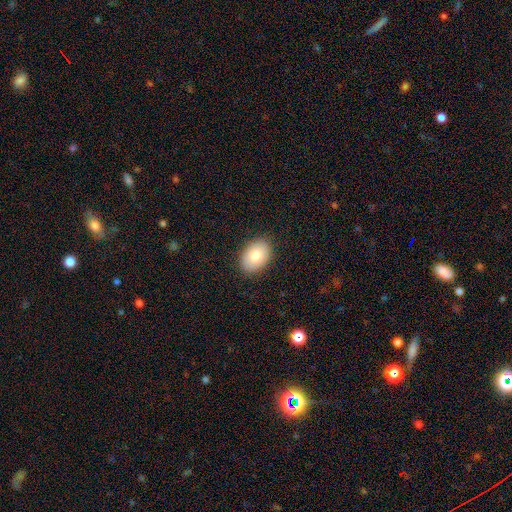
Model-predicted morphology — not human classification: Overall: smooth (81%). How rounded: in between (84%). Merging: none (88%).